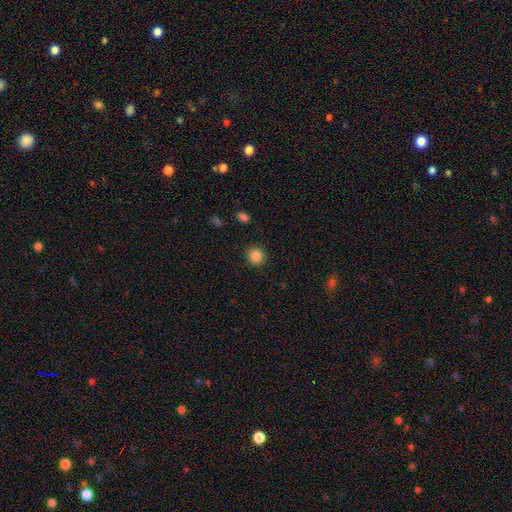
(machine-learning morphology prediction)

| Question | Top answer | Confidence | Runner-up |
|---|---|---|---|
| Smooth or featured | smooth | 86% | star or artifact (10%) |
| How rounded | round | 92% | in between (7%) |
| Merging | none | 91% | minor disturbance (6%) |